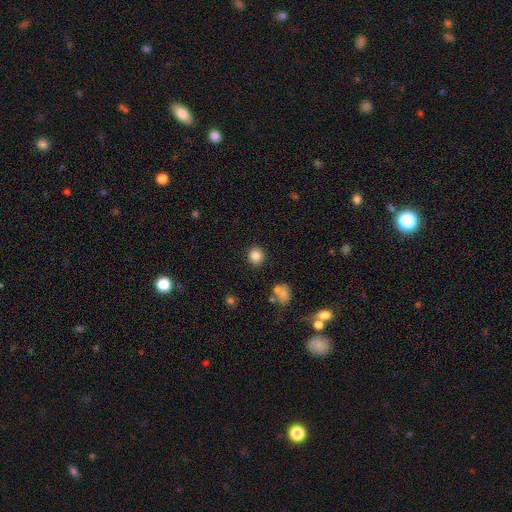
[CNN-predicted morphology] The model was most divided on "smooth or featured": smooth: 85%, star or artifact: 11%, featured or disk: 5%. More confident: how rounded — round (91%); merging — none (89%).